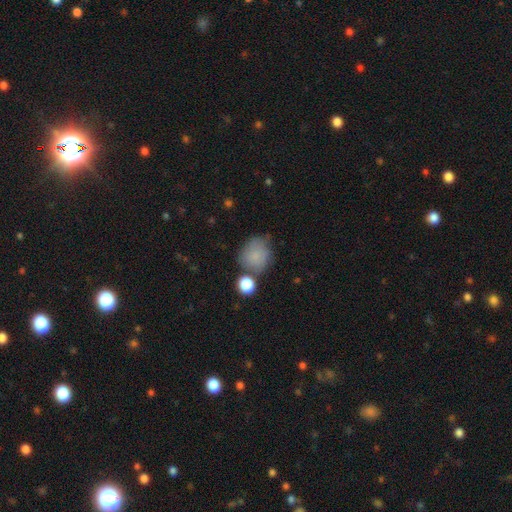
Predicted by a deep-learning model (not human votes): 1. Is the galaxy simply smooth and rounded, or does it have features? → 80% smooth, 10% featured or disk, 10% star or artifact.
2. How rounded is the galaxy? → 79% round, 20% in between, 1% cigar-shaped.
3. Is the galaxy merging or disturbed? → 57% none, 22% minor disturbance, 12% merger, 8% major disturbance.